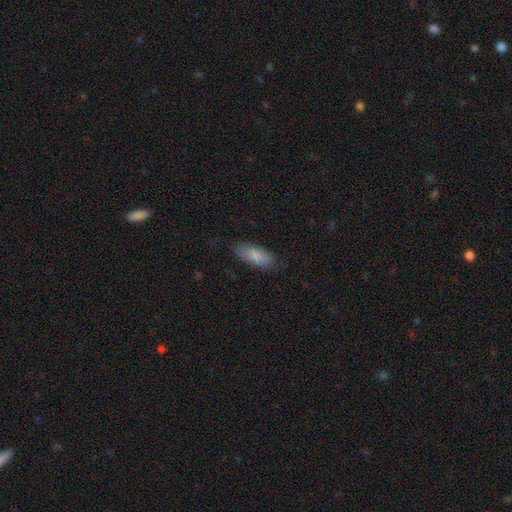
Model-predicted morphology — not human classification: This appears to be a smooth galaxy with no disk features (84%) that is in between round and cigar-shaped (80%). Merging: none (77%).